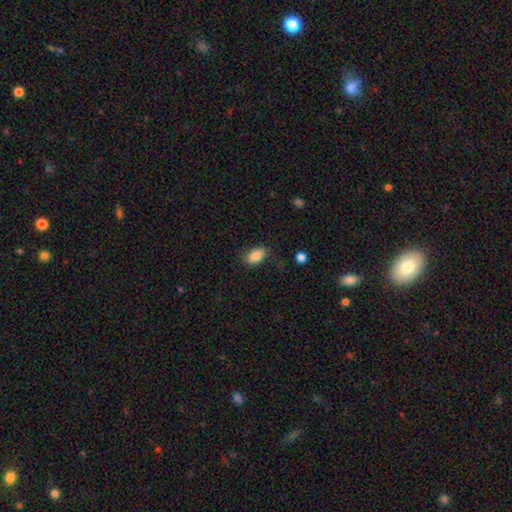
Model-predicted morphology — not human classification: Smooth or featured? Predicted: smooth (p=0.85). How rounded? Predicted: in between (p=0.91). Merging? Predicted: none (p=0.74).